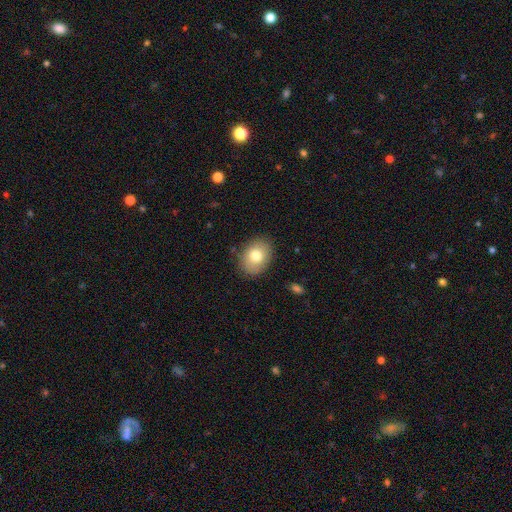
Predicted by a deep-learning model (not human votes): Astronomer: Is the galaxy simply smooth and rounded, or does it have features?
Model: smooth — 77%.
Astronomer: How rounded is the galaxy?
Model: in between — 65%.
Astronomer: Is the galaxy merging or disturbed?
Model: none — 85%.